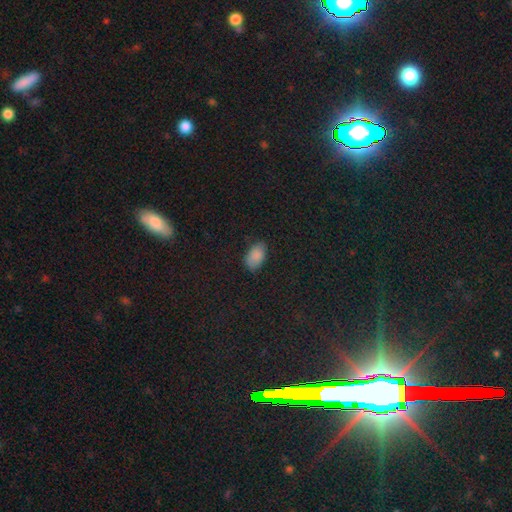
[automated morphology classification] smooth 85%, star or artifact 11%, featured or disk 5%. Down the decision tree: how rounded — in between (93%); merging — none (78%).